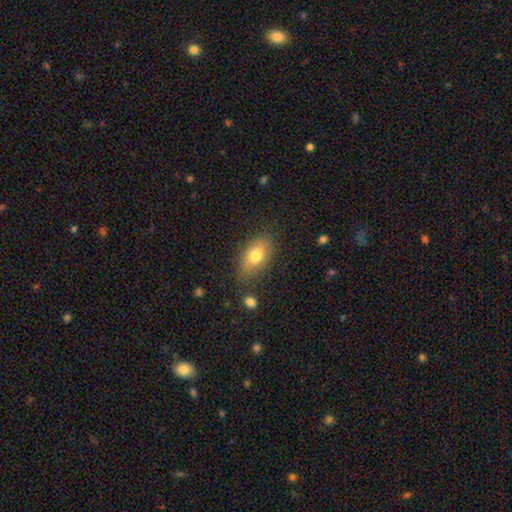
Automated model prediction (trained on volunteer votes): Morphology: type=smooth (76%); roundness=in between (88%); merging=none (78%).